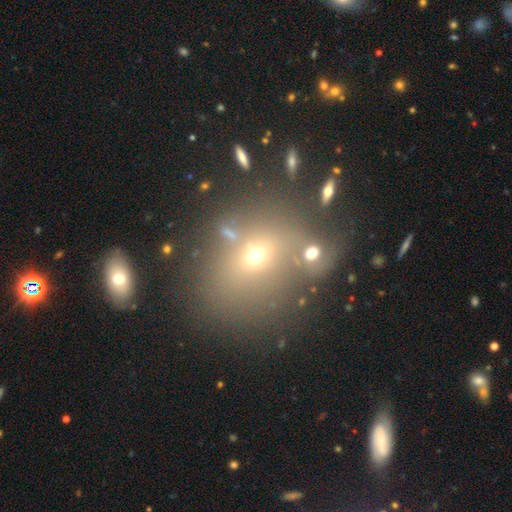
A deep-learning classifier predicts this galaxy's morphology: Smooth or featured? smooth (52%)
How rounded? round (65%)
Merging? none (63%)